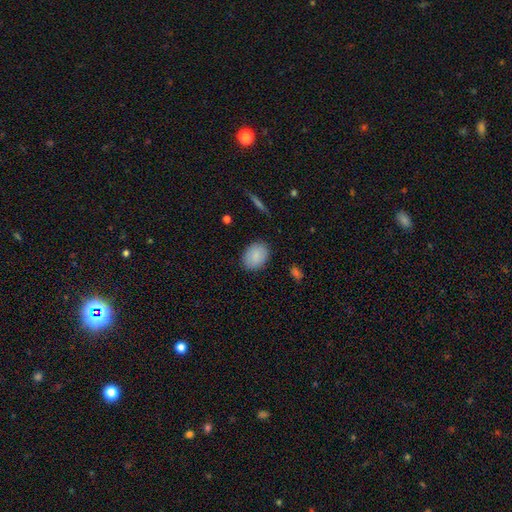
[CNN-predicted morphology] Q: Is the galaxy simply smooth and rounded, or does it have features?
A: smooth — 88%.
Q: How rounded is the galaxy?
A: in between — 68%.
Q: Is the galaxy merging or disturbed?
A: none — 87%.